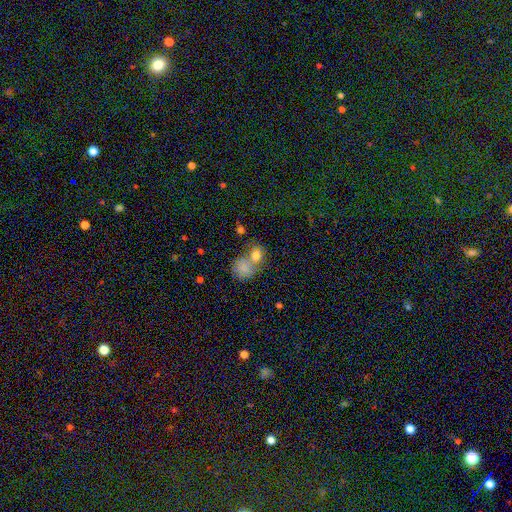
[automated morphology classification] Overall: smooth (77%). How rounded: round (62%; in between 37%). Merging: merger (55%; none 30%).